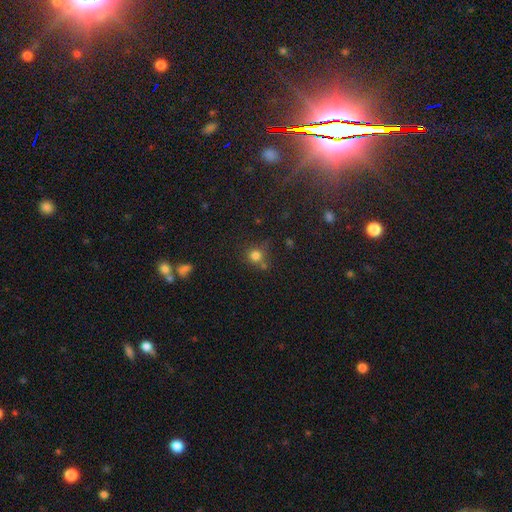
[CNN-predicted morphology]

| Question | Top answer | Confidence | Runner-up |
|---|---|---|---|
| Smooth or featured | smooth | 77% | star or artifact (16%) |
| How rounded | round | 90% | in between (9%) |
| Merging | none | 63% | merger (17%) |